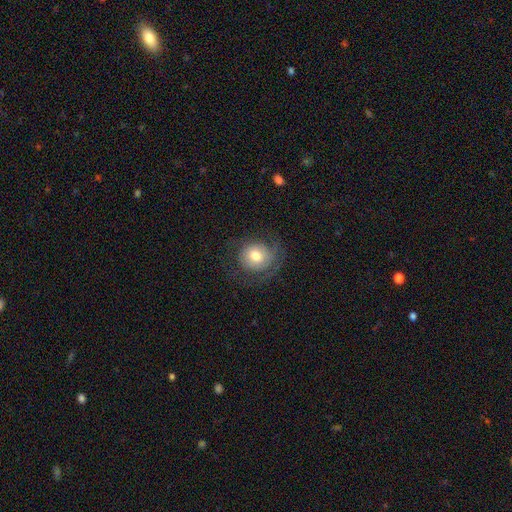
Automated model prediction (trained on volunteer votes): smooth 55%, featured or disk 36%, star or artifact 9%. Down the decision tree: how rounded — round (84%); merging — none (66%).